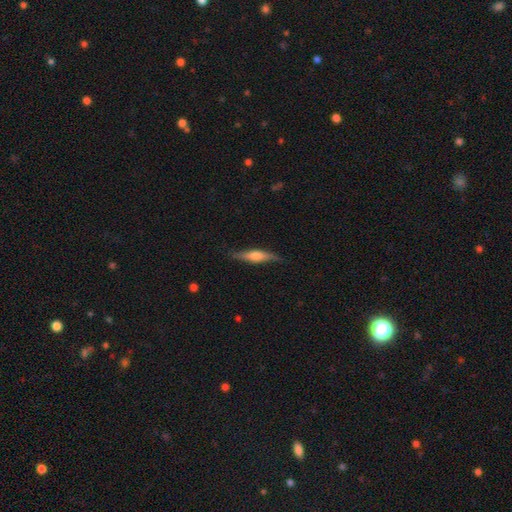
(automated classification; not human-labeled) smooth_or_featured: featured or disk (p=0.54) [alt: smooth p=0.40]
disk_edge_on: yes (p=0.93) [alt: no p=0.07]
merging: none (p=0.82) [alt: minor disturbance p=0.14]